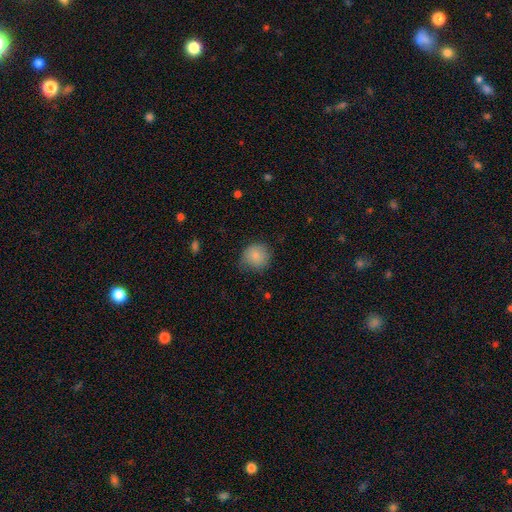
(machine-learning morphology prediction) Q: Smooth or featured?
A: smooth (85%); runner-up: star or artifact (8%)
Q: How rounded?
A: round (86%); runner-up: in between (13%)
Q: Merging?
A: none (70%); runner-up: minor disturbance (23%)